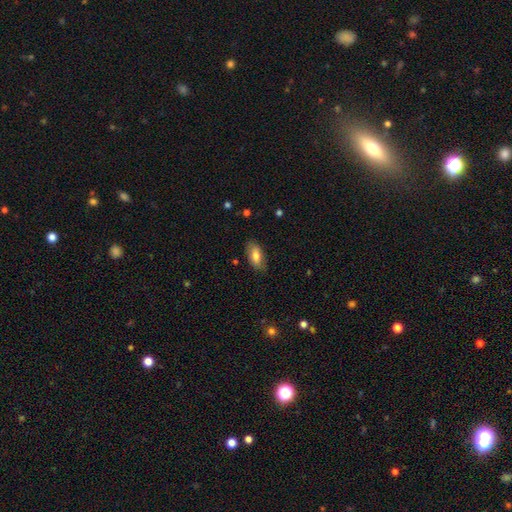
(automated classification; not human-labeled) A smooth galaxy with no disk features (77%) that is in between round and cigar-shaped (89%). Merging: none (81%).